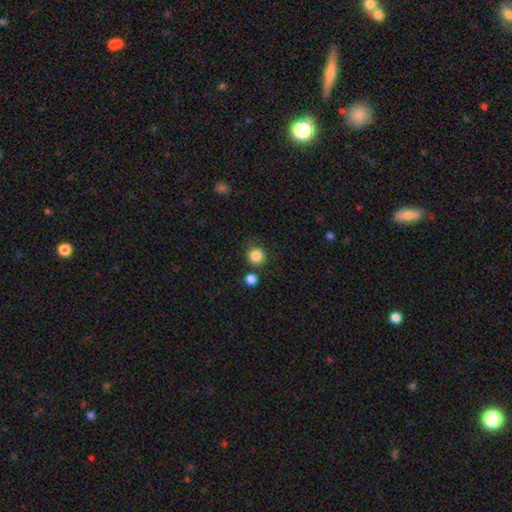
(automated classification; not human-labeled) A smooth galaxy with no disk features (85%) that is round (93%).

Vote fractions:
- Smooth or featured? smooth: 85% / star or artifact: 11% / featured or disk: 4%
- How rounded? round: 93% / in between: 6% / cigar-shaped: 1%
- Merging? none: 78% / minor disturbance: 10% / merger: 9% / major disturbance: 3%